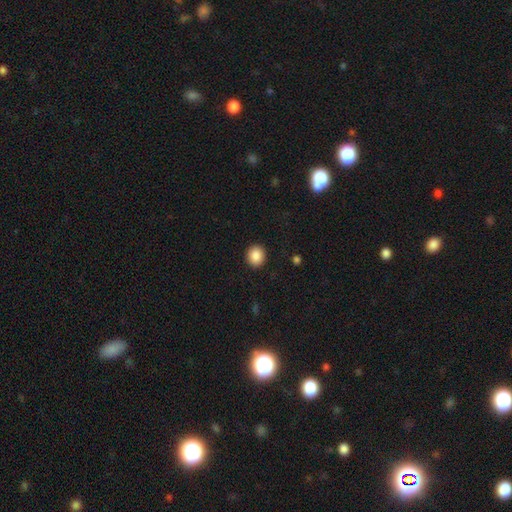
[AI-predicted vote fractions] Smooth or featured? smooth (88%)
How rounded? round (80%)
Merging? none (92%)